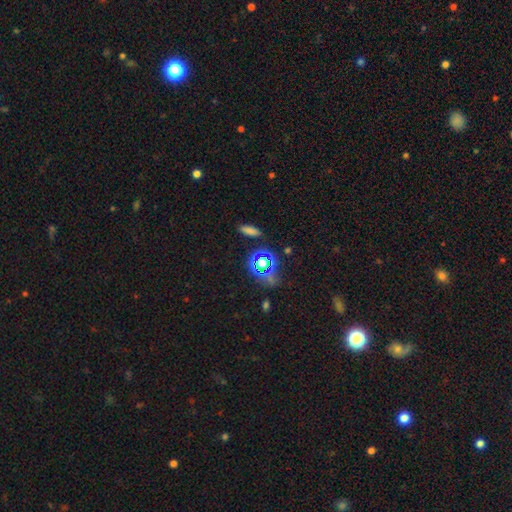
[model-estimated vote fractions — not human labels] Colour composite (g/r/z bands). It shows a smooth galaxy with no disk features (46%). Merging: none (77%).